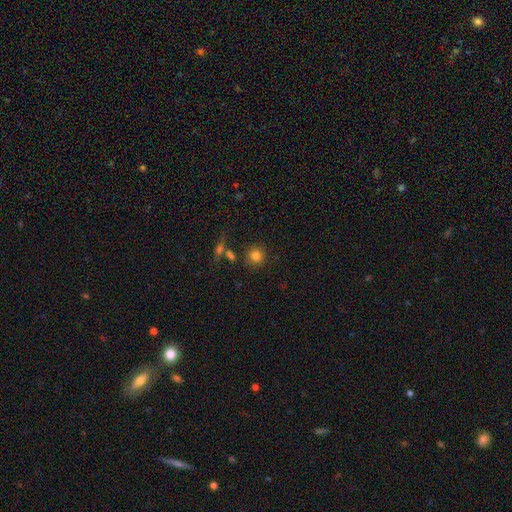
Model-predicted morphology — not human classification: smooth_or_featured: smooth (p=0.81) [alt: star or artifact p=0.12]
how_rounded: round (p=0.90) [alt: in between p=0.08]
merging: none (p=0.81) [alt: minor disturbance p=0.09]